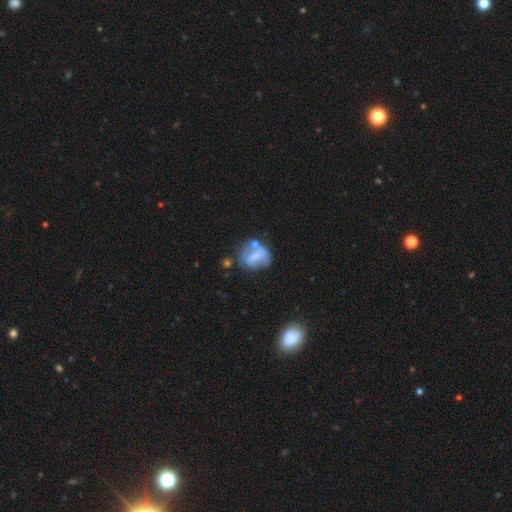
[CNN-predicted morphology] smooth_or_featured: smooth (p=0.49) [alt: featured or disk p=0.41]
merging: none (p=0.43) [alt: minor disturbance p=0.24]